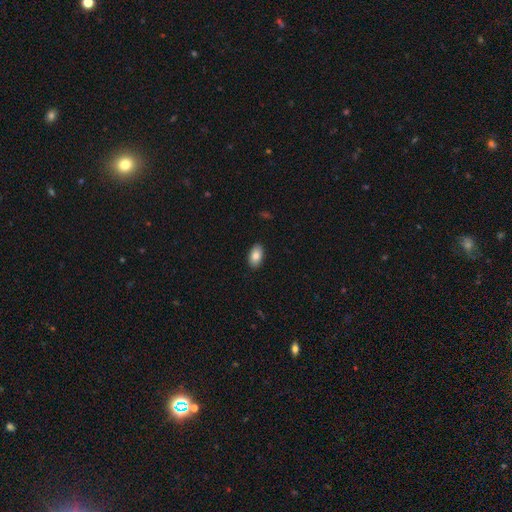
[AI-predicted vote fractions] Smooth or featured: smooth — 83% (featured or disk — 10%)
How rounded: in between — 93% (round — 5%)
Merging: none — 89% (minor disturbance — 8%)